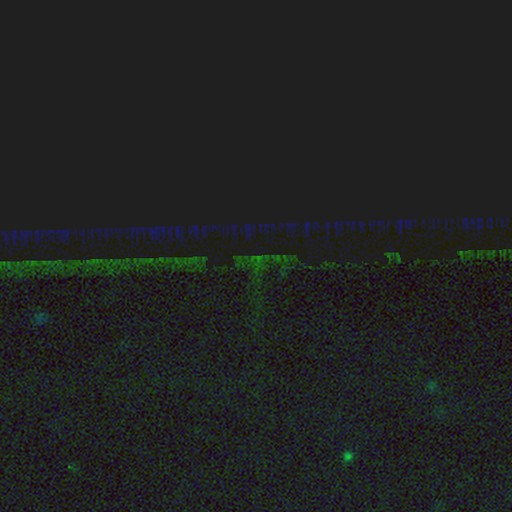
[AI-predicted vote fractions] A star or artifact, not a galaxy (82%).